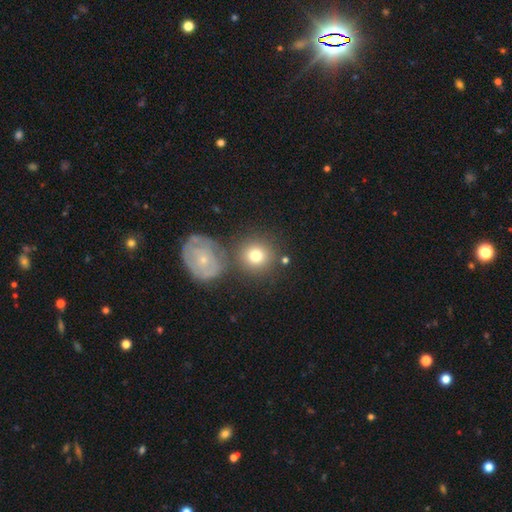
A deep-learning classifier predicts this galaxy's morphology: smooth_or_featured: smooth (p=0.74) [alt: featured or disk p=0.16]
how_rounded: round (p=0.88) [alt: in between p=0.11]
merging: none (p=0.69) [alt: merger p=0.15]